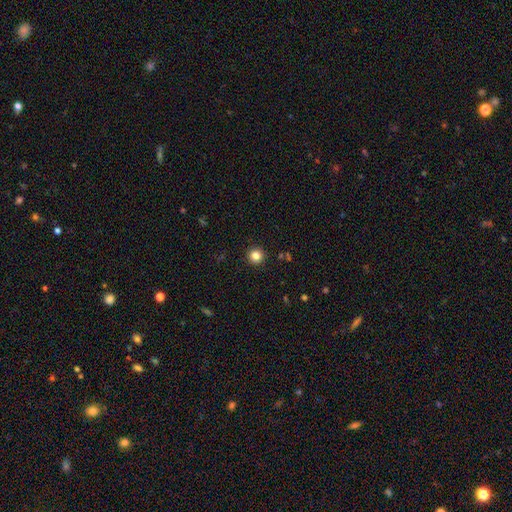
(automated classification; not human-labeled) Morphology: type=smooth (83%); roundness=round (96%); merging=none (93%).